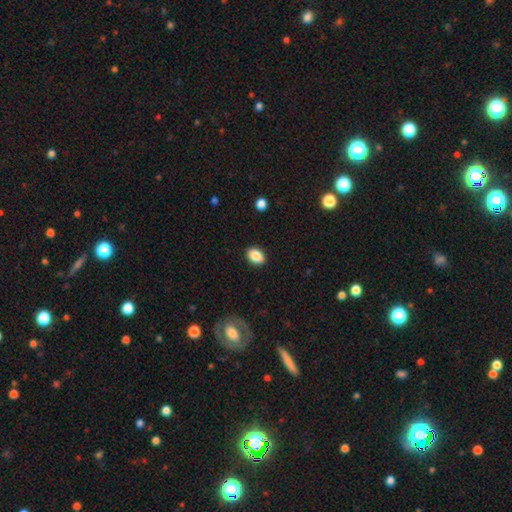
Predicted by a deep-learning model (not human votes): The model was most divided on "how rounded": in between: 80%, round: 18%, cigar-shaped: 1%. More confident: merging — none (89%); smooth or featured — smooth (88%).